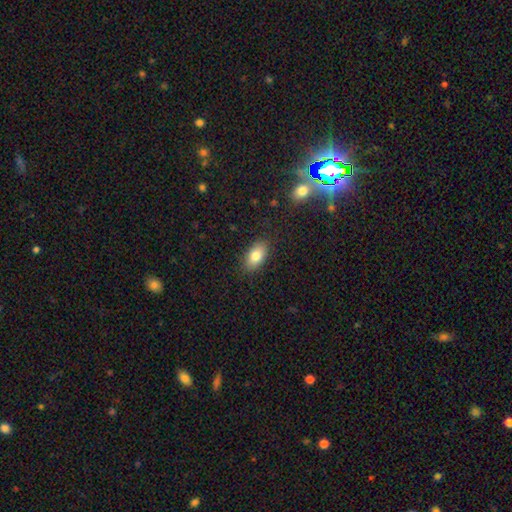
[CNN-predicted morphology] Smooth or featured? Predicted: smooth (p=0.80). How rounded? Predicted: in between (p=0.91). Merging? Predicted: none (p=0.86).